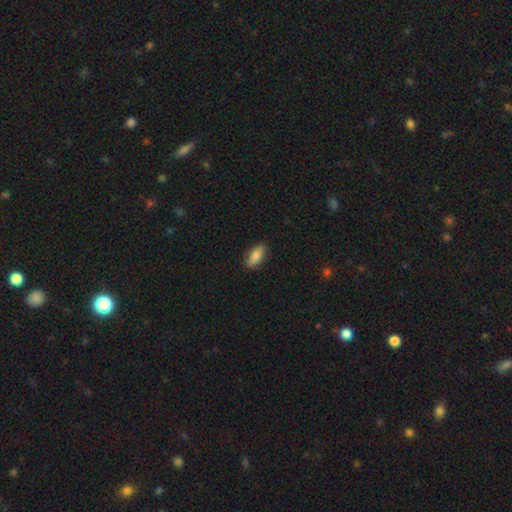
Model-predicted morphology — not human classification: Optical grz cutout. It shows a smooth galaxy with no disk features (81%) that is in between round and cigar-shaped (86%). Merging: none (85%).